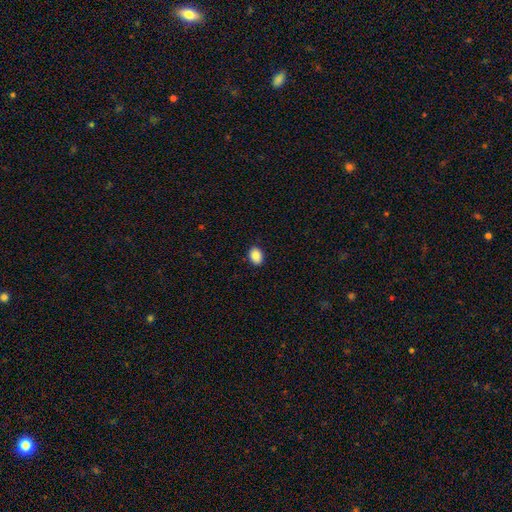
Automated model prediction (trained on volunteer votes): This is clearly a smooth galaxy (89%). How rounded: likely in between (77%). Merging: clearly none (88%).